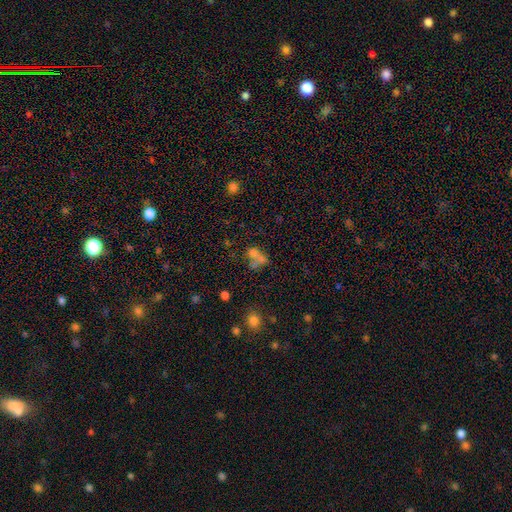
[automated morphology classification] Smooth or featured? smooth (61%)
How rounded? round (51%)
Merging? merger (53%)